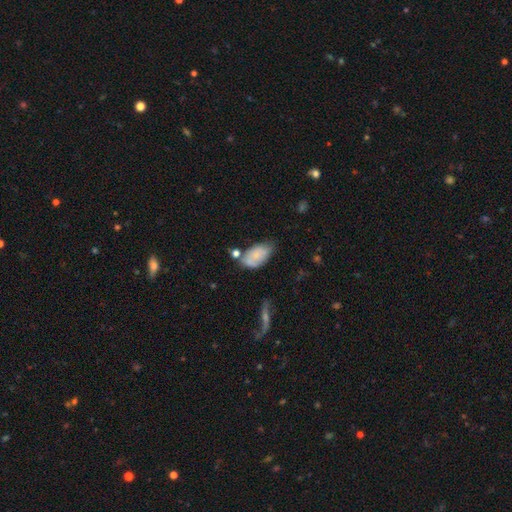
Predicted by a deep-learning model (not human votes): smooth 68%, featured or disk 24%, star or artifact 8%. Down the decision tree: how rounded — in between (92%); merging — none (39%).